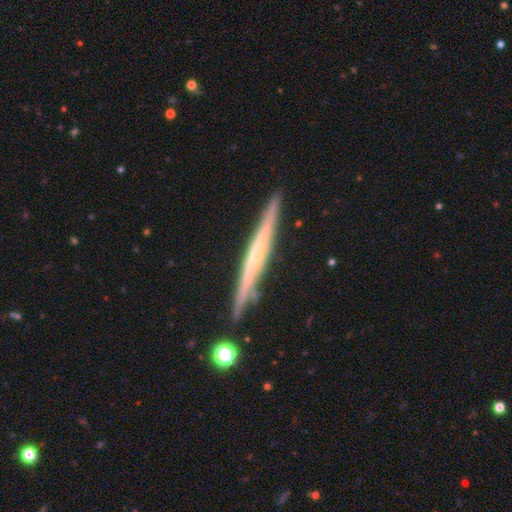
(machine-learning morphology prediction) The model was most divided on "edge-on bulge": none: 58%, rounded: 36%, boxy: 6%. More confident: edge-on disk — yes (97%); merging — none (88%); smooth or featured — featured or disk (73%).